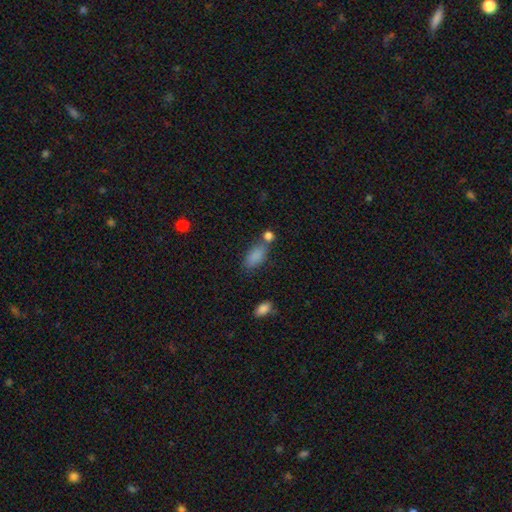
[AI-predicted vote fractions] Smooth or featured: smooth — 85% (star or artifact — 9%)
How rounded: in between — 85% (cigar-shaped — 10%)
Merging: none — 58% (merger — 18%)